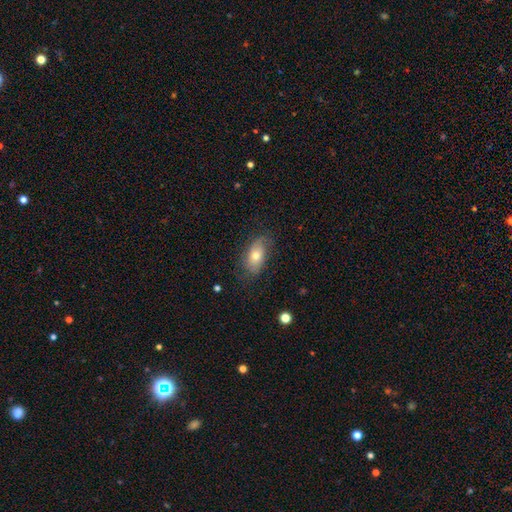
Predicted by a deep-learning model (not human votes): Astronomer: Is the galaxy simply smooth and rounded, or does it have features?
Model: smooth — 63%.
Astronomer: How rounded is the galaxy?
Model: in between — 89%.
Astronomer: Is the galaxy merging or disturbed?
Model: none — 66%.